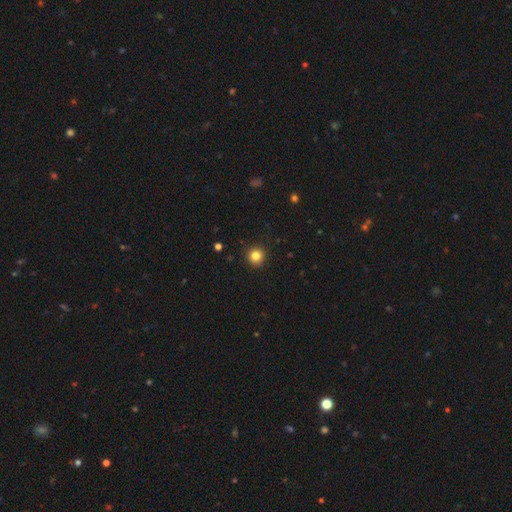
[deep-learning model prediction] This is clearly a smooth galaxy (83%). How rounded: clearly round (93%). Merging: clearly none (92%).